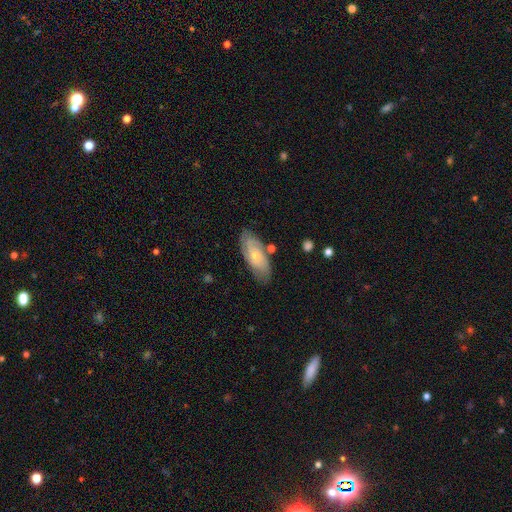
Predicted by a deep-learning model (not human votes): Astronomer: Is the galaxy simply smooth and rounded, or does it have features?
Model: featured or disk — 52% (runner-up: smooth, 42%).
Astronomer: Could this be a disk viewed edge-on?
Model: no — 88%.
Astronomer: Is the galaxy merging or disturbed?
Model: none — 74%.